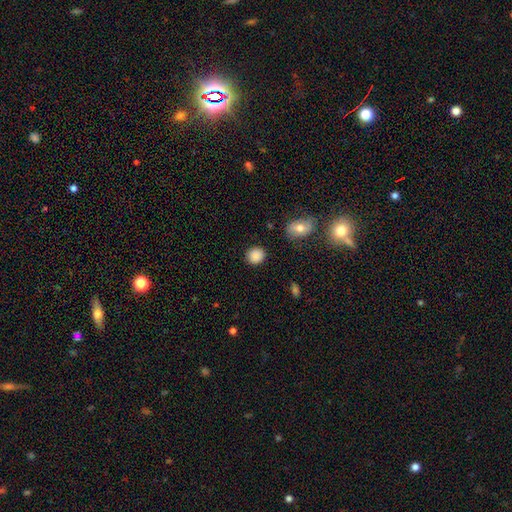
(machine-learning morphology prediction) Smooth or featured?
  - smooth: 87% *
  - star or artifact: 9%
  - featured or disk: 4%
How rounded?
  - round: 82% *
  - in between: 17%
  - cigar-shaped: 1%
Merging?
  - none: 88% *
  - minor disturbance: 7%
  - major disturbance: 3%
  - merger: 2%